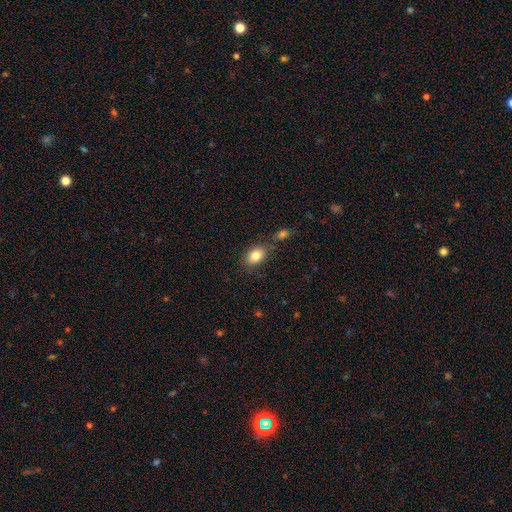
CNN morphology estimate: Smooth or featured? Predicted: smooth (p=0.84). How rounded? Predicted: in between (p=0.82). Merging? Predicted: none (p=0.73).